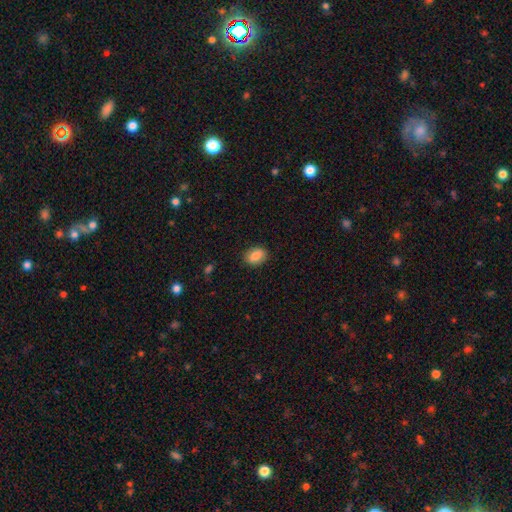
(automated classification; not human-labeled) Q: Smooth or featured?
A: smooth (87%); runner-up: star or artifact (8%)
Q: How rounded?
A: in between (77%); runner-up: round (22%)
Q: Merging?
A: none (87%); runner-up: minor disturbance (10%)